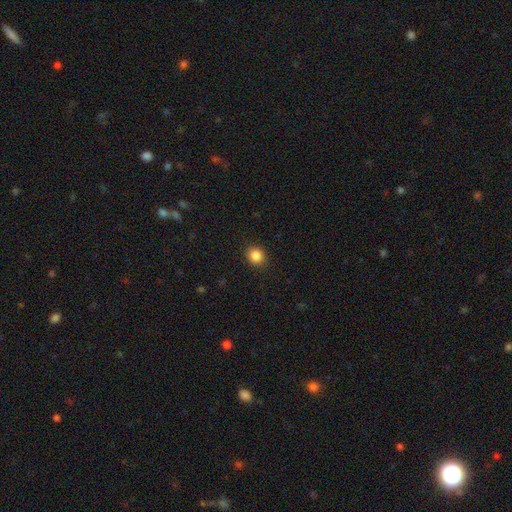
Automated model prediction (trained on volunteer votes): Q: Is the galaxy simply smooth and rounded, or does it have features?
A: smooth — 86%.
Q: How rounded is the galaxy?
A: round — 72%.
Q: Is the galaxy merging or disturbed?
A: none — 90%.